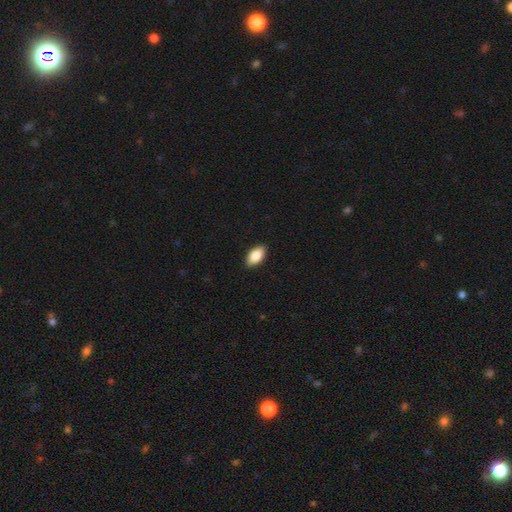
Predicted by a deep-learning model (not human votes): Morphology: type=smooth (87%); roundness=in between (94%); merging=none (90%).